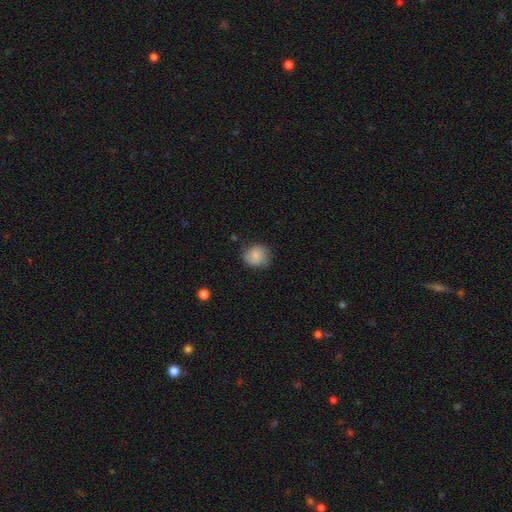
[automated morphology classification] A smooth galaxy with no disk features (77%) that is round (80%).

Vote fractions:
- Smooth or featured? smooth: 77% / featured or disk: 15% / star or artifact: 8%
- How rounded? round: 80% / in between: 19% / cigar-shaped: 1%
- Merging? none: 71% / minor disturbance: 22% / major disturbance: 5% / merger: 1%